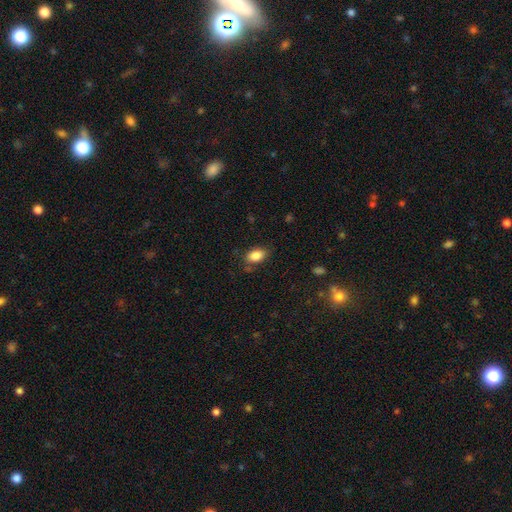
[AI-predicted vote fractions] smooth-or-featured: smooth: 86% | star or artifact: 8% | featured or disk: 6%
  how-rounded: in between: 90% | round: 8% | cigar-shaped: 2%
  merging: none: 77% | minor disturbance: 16% | major disturbance: 4% | merger: 3%